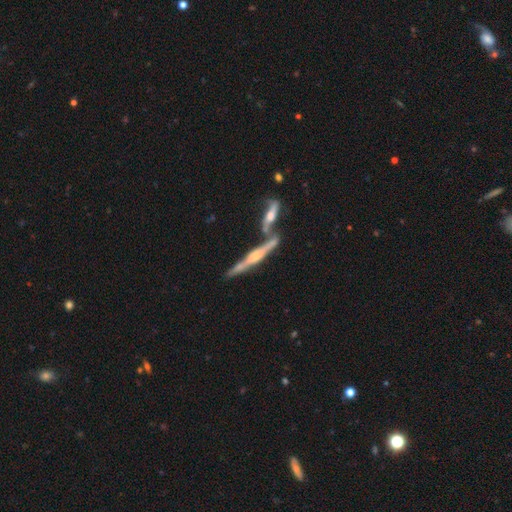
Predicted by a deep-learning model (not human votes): Overall: featured or disk (79%). Edge-on disk: yes (96%). Edge-on bulge: rounded (71%). Merging: none (60%; merger 26%).